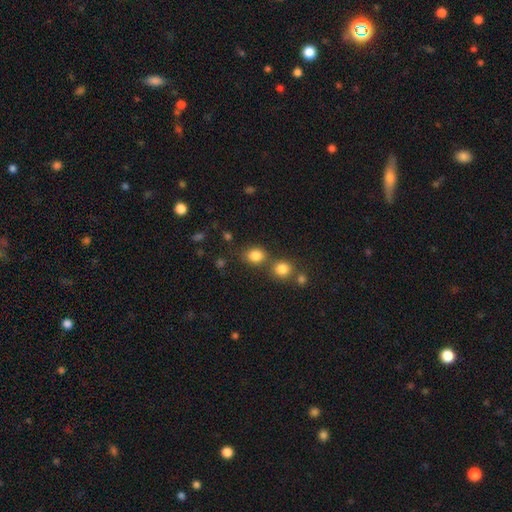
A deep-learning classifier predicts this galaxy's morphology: Overall: smooth (83%). How rounded: round (58%; in between 41%). Merging: none (63%).